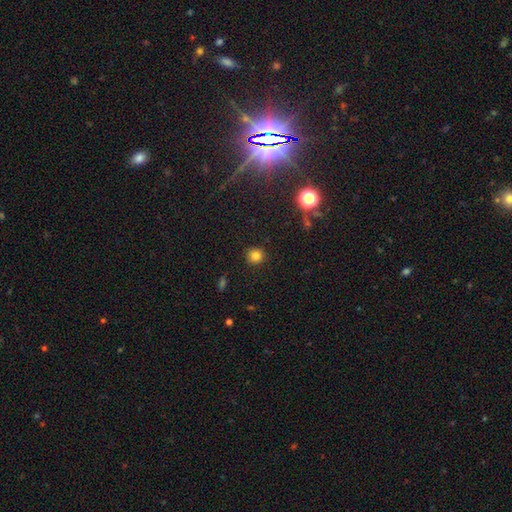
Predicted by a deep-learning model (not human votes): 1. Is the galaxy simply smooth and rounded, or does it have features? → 81% smooth, 14% star or artifact, 5% featured or disk.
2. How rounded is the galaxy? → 92% round, 7% in between, 1% cigar-shaped.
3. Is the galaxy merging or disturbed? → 91% none, 6% minor disturbance, 2% major disturbance, 1% merger.